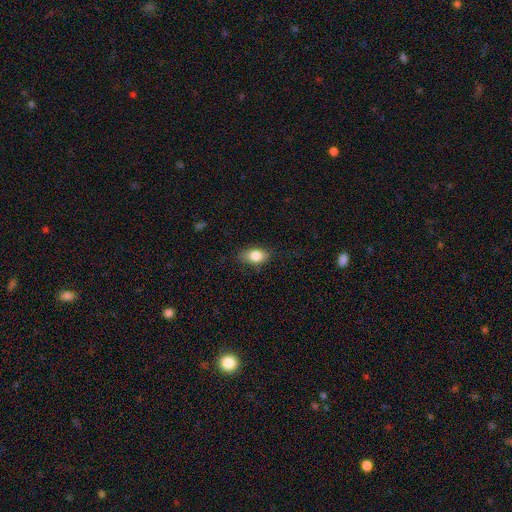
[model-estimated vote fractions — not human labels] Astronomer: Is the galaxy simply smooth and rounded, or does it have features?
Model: smooth — 82%.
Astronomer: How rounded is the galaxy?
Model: in between — 84%.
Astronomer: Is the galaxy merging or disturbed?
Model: none — 80%.